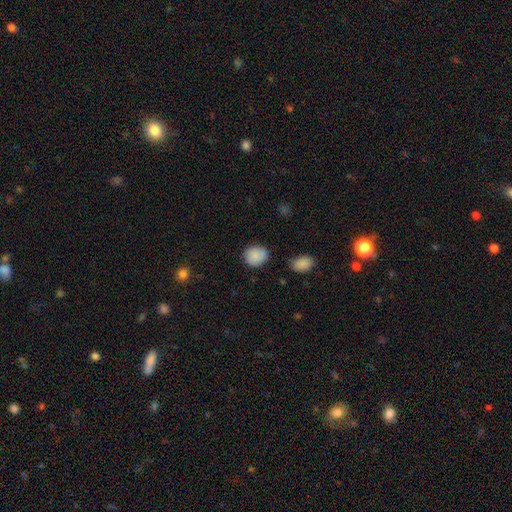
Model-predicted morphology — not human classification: Overall: smooth (87%). How rounded: round (72%). Merging: none (82%).